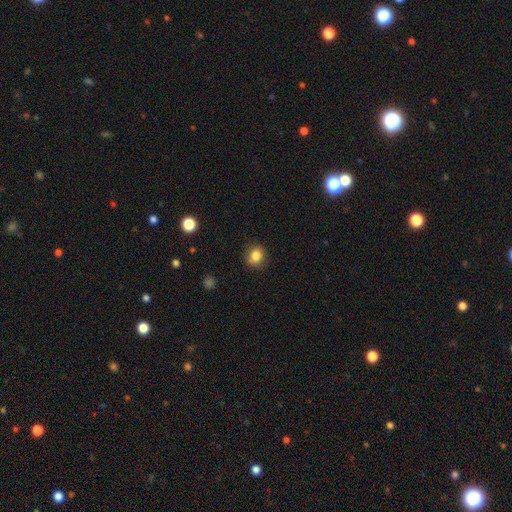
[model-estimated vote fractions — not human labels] Smooth or featured? smooth (84%)
How rounded? round (77%)
Merging? none (86%)